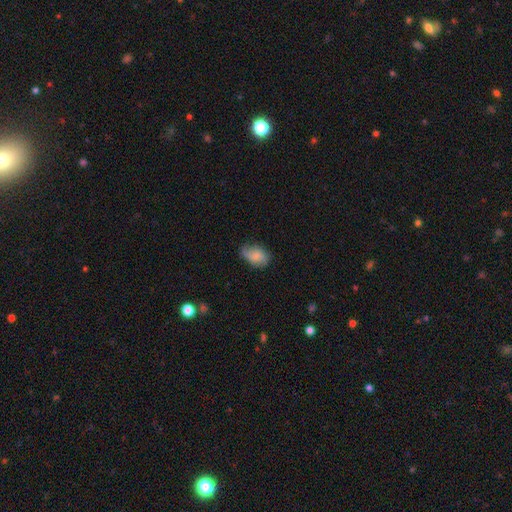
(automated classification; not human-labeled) Smooth or featured? Predicted: smooth (p=0.73). How rounded? Predicted: in between (p=0.87). Merging? Predicted: none (p=0.54).